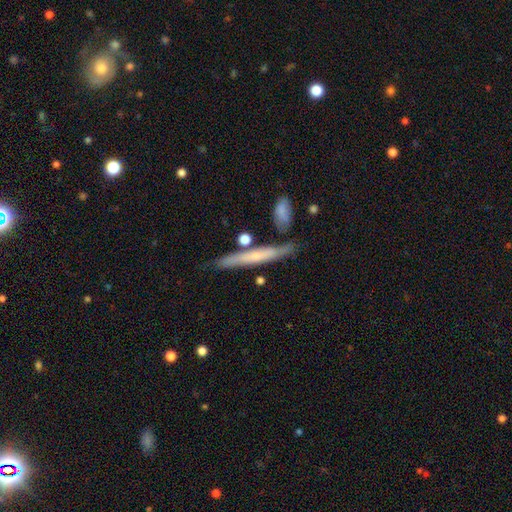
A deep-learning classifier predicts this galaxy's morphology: This is possibly a smooth galaxy (47%). Merging: likely none (74%).